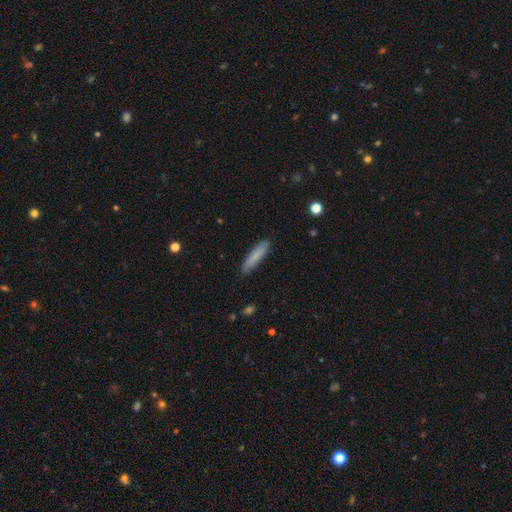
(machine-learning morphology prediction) Q: Smooth or featured?
A: smooth (81%); runner-up: featured or disk (13%)
Q: How rounded?
A: cigar-shaped (88%); runner-up: in between (11%)
Q: Merging?
A: none (89%); runner-up: minor disturbance (8%)